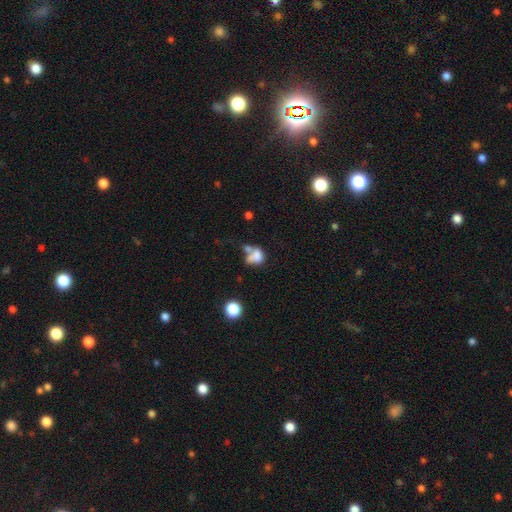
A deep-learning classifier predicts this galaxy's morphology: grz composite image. It shows a smooth galaxy with no disk features (65%) that is in between round and cigar-shaped (61%). Merging: merger (53%).